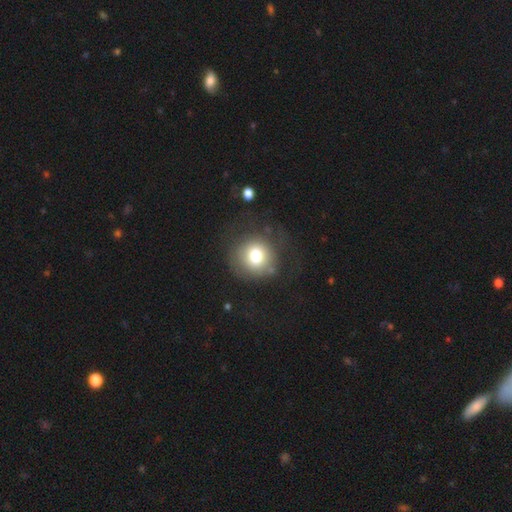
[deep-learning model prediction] Morphology: type=smooth (73%); roundness=round (91%); merging=none (66%).